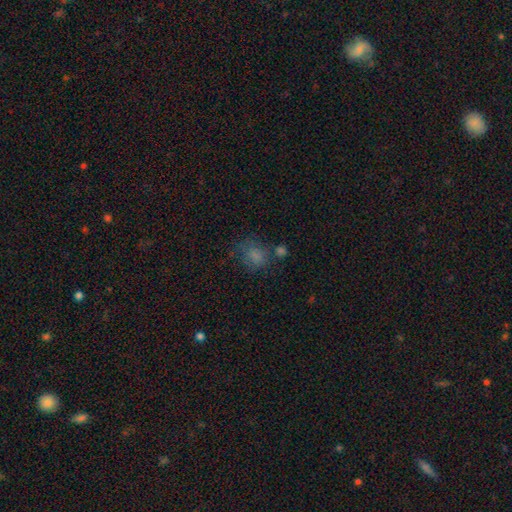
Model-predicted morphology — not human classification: A smooth galaxy with no disk features (73%) that is round (56%).

Vote fractions:
- Smooth or featured? smooth: 73% / star or artifact: 16% / featured or disk: 11%
- How rounded? round: 56% / in between: 43% / cigar-shaped: 1%
- Merging? none: 49% / minor disturbance: 21% / major disturbance: 16% / merger: 15%